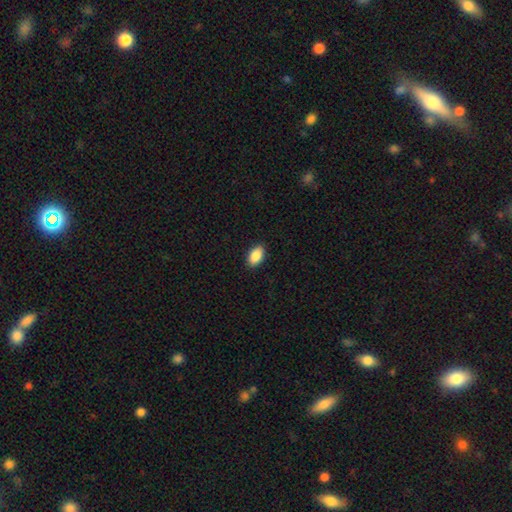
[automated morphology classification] Smooth or featured? smooth (88%)
How rounded? in between (93%)
Merging? none (90%)